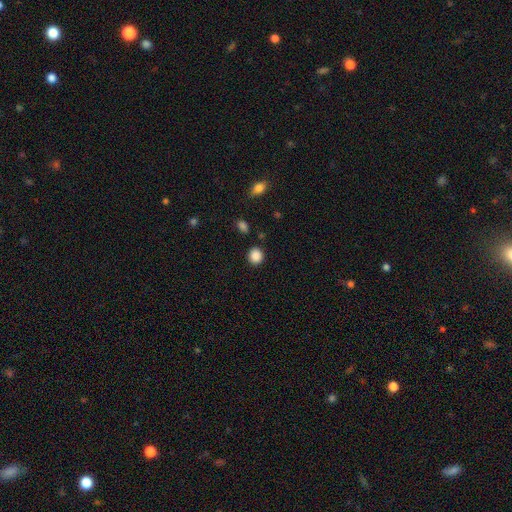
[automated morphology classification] Smooth or featured? Predicted: smooth (p=0.88). How rounded? Predicted: round (p=0.85). Merging? Predicted: none (p=0.87).